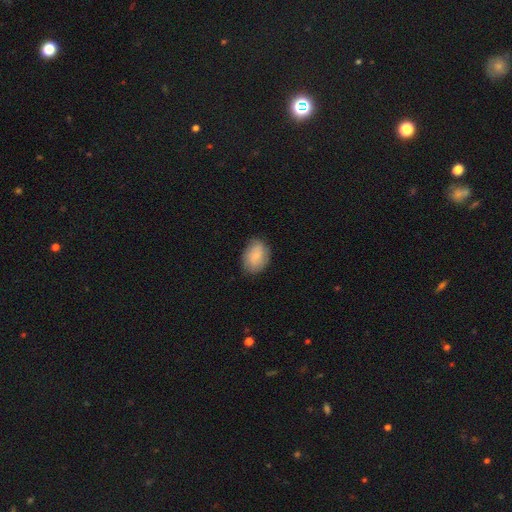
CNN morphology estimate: smooth_or_featured: smooth (p=0.72) [alt: featured or disk p=0.21]
how_rounded: in between (p=0.74) [alt: round p=0.25]
merging: none (p=0.77) [alt: minor disturbance p=0.18]